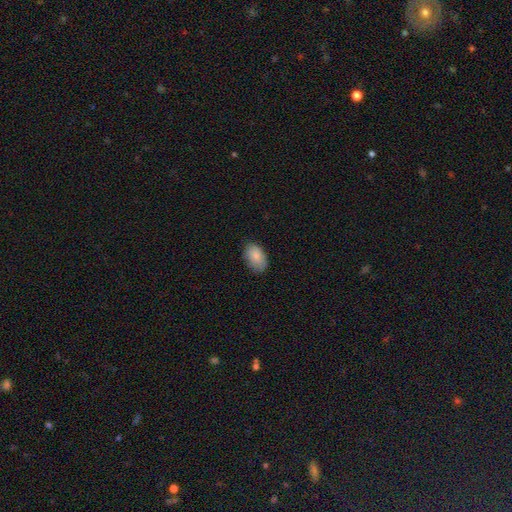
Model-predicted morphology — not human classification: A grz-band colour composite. It shows a smooth galaxy with no disk features (85%) that is in between round and cigar-shaped (90%). Merging: none (78%).